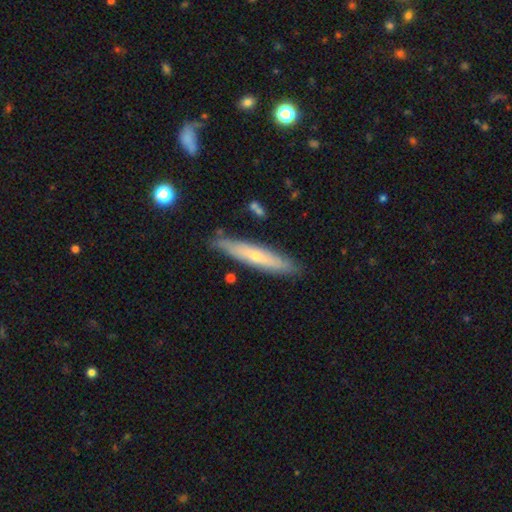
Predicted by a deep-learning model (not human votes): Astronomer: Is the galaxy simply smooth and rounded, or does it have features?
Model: featured or disk — 49% (runner-up: smooth, 45%).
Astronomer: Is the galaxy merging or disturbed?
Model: none — 83%.